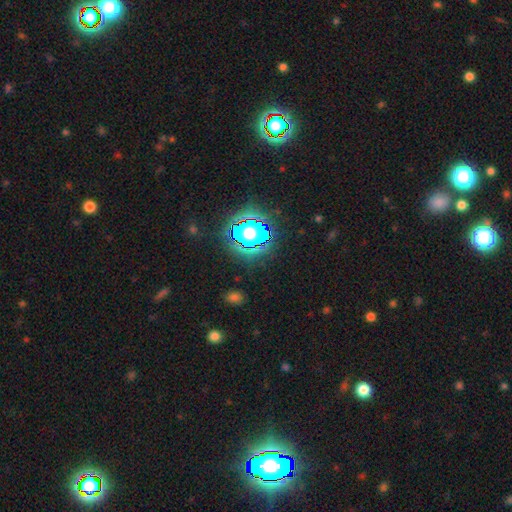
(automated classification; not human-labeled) Smooth or featured? Predicted: star or artifact (p=0.82).